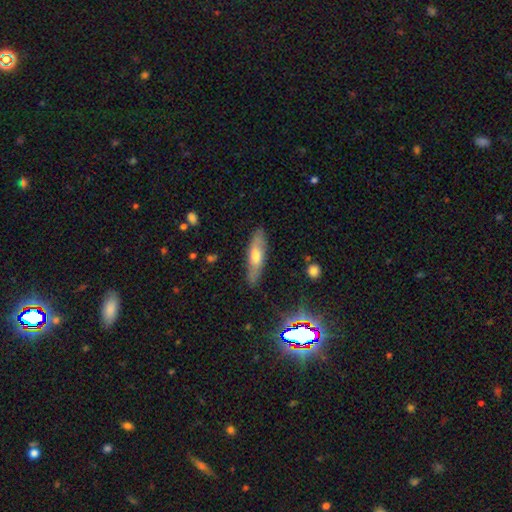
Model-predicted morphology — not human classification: type=smooth (49%); merging=none (83%).